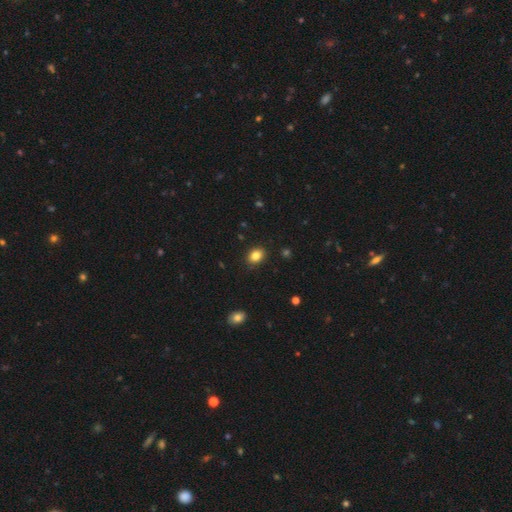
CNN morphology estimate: smooth_or_featured: smooth (p=0.84) [alt: star or artifact p=0.10]
how_rounded: in between (p=0.63) [alt: round p=0.35]
merging: none (p=0.87) [alt: minor disturbance p=0.10]